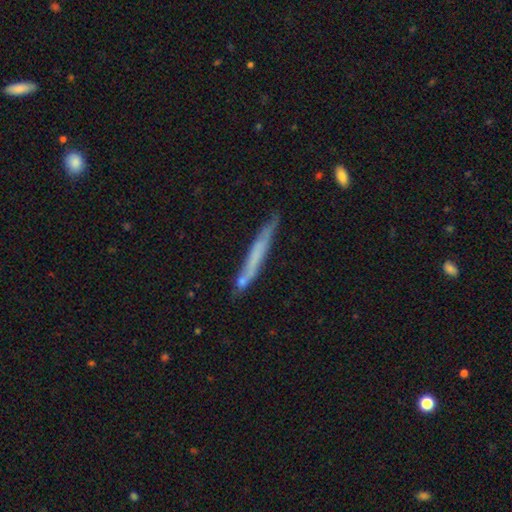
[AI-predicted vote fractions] A smooth galaxy with no disk features (50%) that is cigar-shaped (96%). Merging: none (74%).